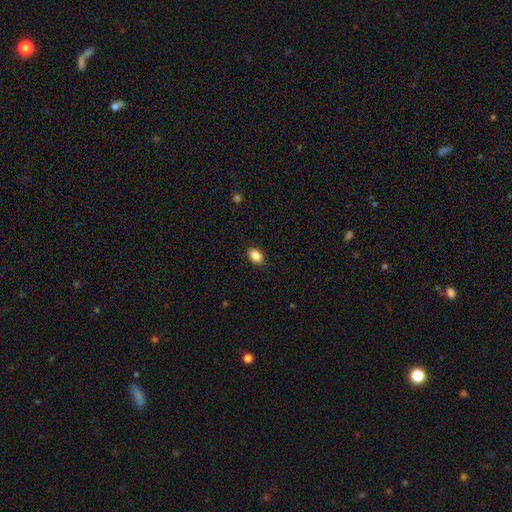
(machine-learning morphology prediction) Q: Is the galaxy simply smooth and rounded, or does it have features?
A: smooth — 86%.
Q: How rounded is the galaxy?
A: in between — 80%.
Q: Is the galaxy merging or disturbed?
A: none — 89%.